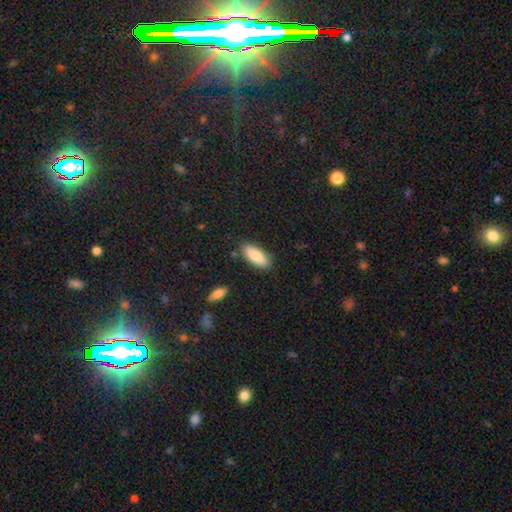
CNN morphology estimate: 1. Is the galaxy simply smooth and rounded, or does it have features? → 85% smooth, 9% featured or disk, 6% star or artifact.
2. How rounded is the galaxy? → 77% in between, 21% cigar-shaped, 2% round.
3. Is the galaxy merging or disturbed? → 84% none, 11% minor disturbance, 2% merger, 2% major disturbance.